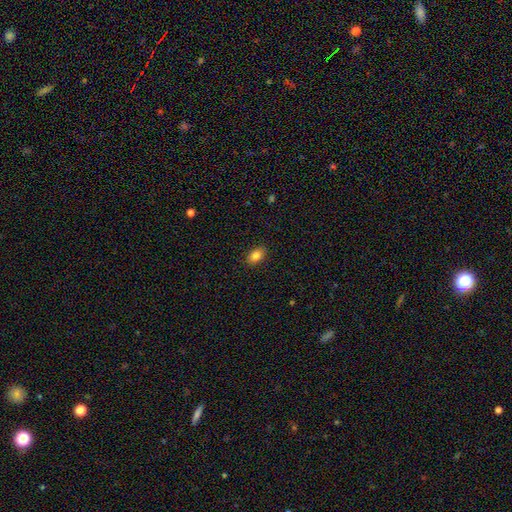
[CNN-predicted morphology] A smooth galaxy with no disk features (83%) that is in between round and cigar-shaped (87%).

Vote fractions:
- Smooth or featured? smooth: 83% / star or artifact: 9% / featured or disk: 8%
- How rounded? in between: 87% / round: 12% / cigar-shaped: 2%
- Merging? none: 89% / minor disturbance: 8% / major disturbance: 2% / merger: 1%